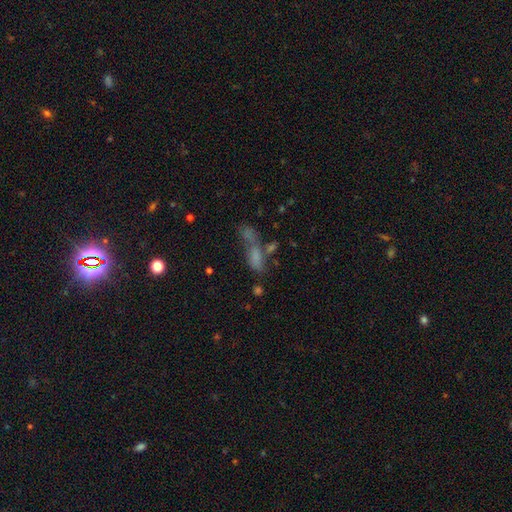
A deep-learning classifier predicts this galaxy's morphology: The model was most divided on "merging": merger: 43%, none: 27%, major disturbance: 16%, minor disturbance: 13%. More confident: how rounded — in between (62%); smooth or featured — smooth (62%).